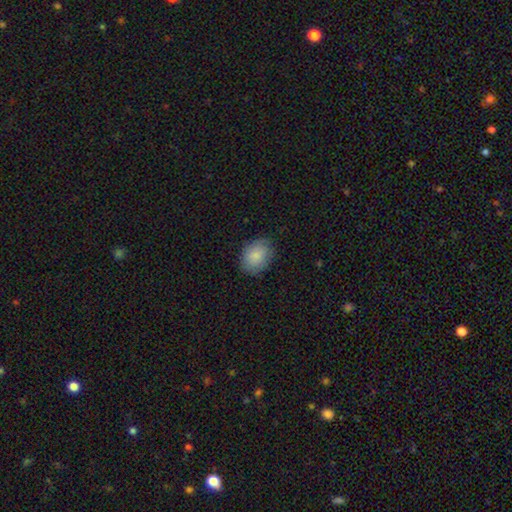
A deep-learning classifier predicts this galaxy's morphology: Smooth or featured? smooth (85%)
How rounded? in between (62%)
Merging? none (79%)